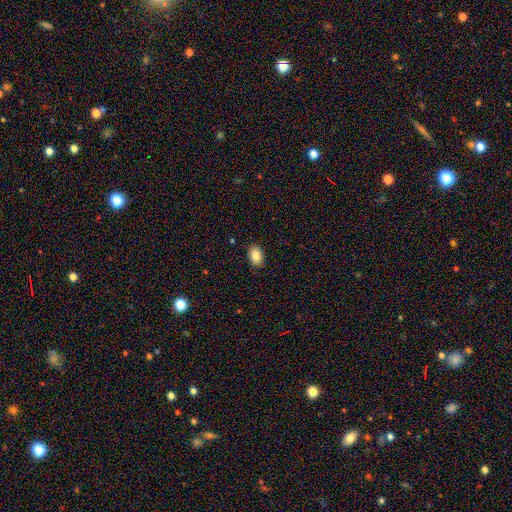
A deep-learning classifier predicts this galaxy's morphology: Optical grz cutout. It shows a smooth galaxy with no disk features (84%) that is in between round and cigar-shaped (86%). Merging: none (89%).